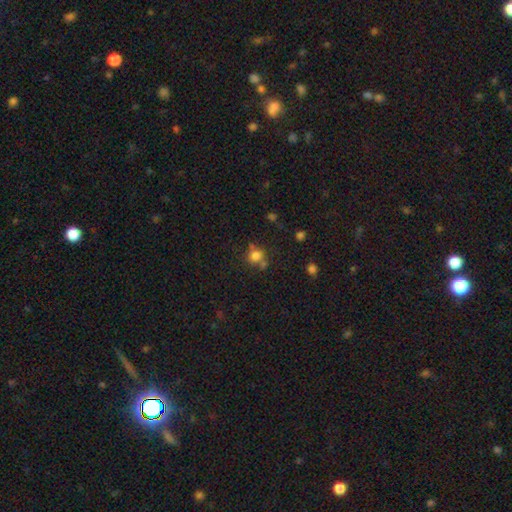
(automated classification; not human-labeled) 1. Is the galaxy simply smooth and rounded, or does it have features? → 76% smooth, 15% star or artifact, 9% featured or disk.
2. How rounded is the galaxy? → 83% round, 16% in between, 1% cigar-shaped.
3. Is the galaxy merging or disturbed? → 59% none, 22% merger, 14% minor disturbance, 6% major disturbance.